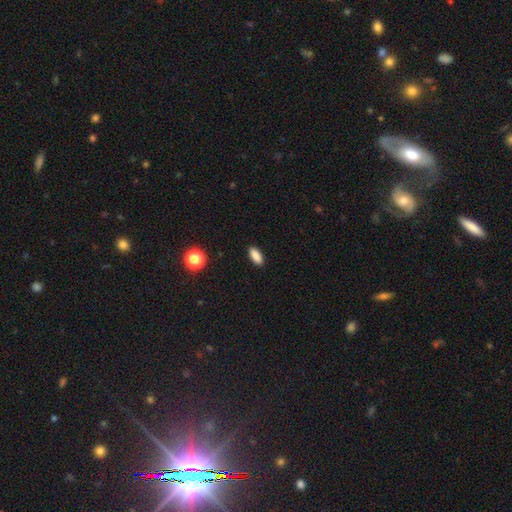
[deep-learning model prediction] Smooth or featured: smooth — 87% (star or artifact — 9%)
How rounded: in between — 78% (cigar-shaped — 19%)
Merging: none — 90% (minor disturbance — 7%)